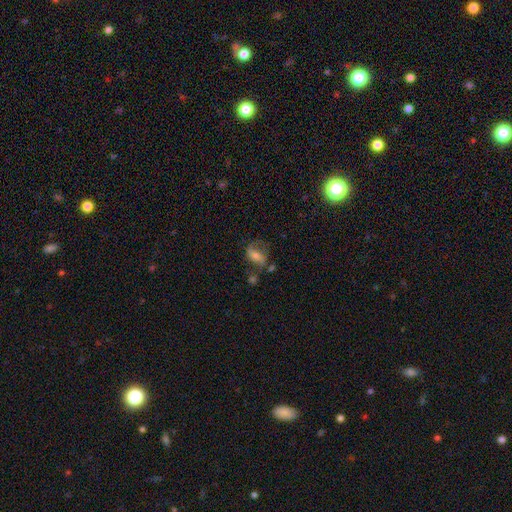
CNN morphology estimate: smooth-or-featured: featured or disk: 52% | smooth: 38% | star or artifact: 10%
  disk-edge-on: no: 92% | yes: 8%
  merging: none: 49% | minor disturbance: 22% | major disturbance: 18% | merger: 11%